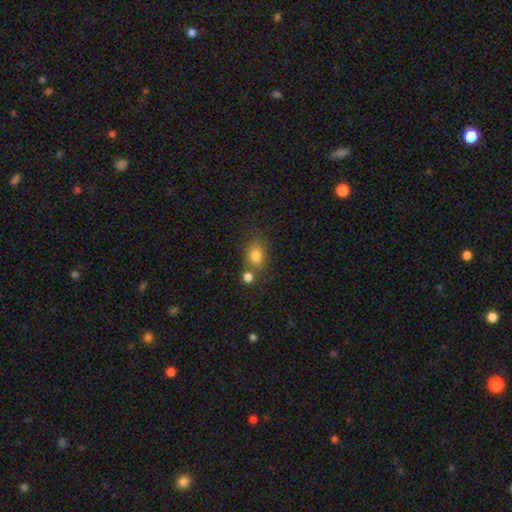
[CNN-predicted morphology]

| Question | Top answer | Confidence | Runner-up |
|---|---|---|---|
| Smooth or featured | smooth | 81% | star or artifact (11%) |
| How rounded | in between | 56% | round (42%) |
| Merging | none | 58% | merger (23%) |